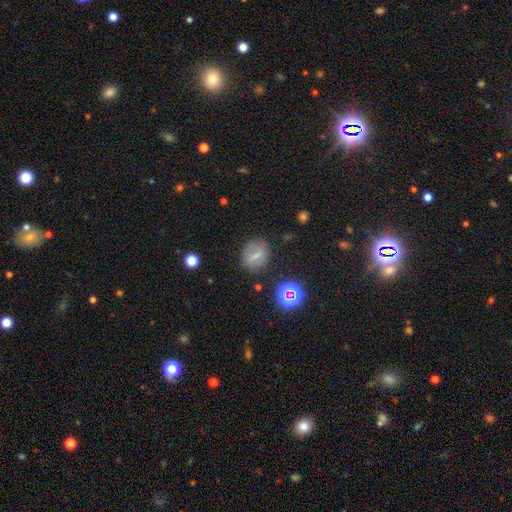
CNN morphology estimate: The model was most divided on "smooth or featured": smooth: 53%, featured or disk: 28%, star or artifact: 19%. More confident: merging — none (76%); how rounded — round (62%).